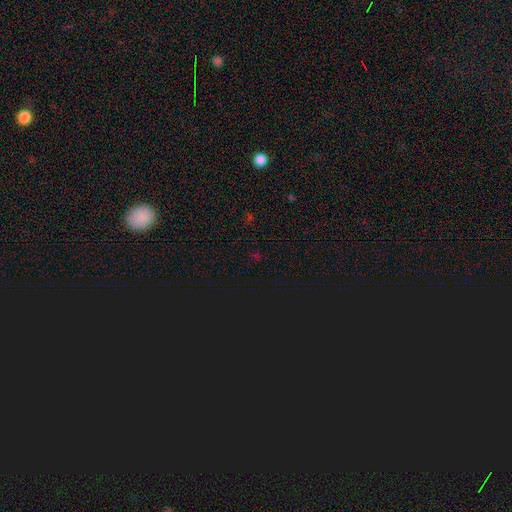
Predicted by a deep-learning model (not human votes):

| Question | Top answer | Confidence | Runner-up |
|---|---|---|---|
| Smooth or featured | star or artifact | 71% | smooth (22%) |